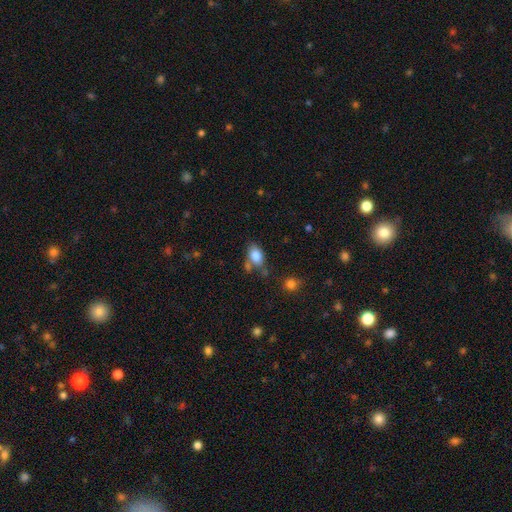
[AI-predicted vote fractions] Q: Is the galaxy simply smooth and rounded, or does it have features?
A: smooth — 83%.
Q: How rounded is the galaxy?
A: in between — 86%.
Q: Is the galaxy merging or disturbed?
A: none — 54%.